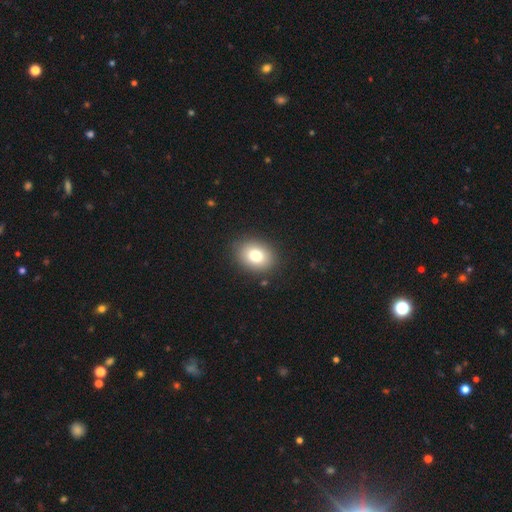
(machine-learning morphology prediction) This is likely a smooth galaxy (79%). How rounded: possibly in between (55%). Merging: clearly none (88%).